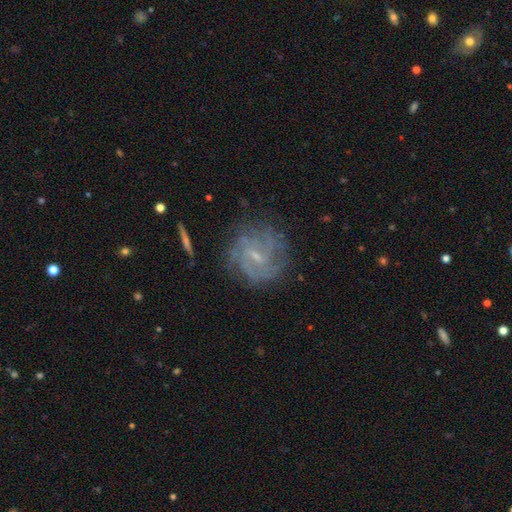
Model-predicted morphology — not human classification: A featured or disk galaxy (79%) with a weak bar (56%), tight (51%) spiral arms (92%) and a small central bulge (69%).

Vote fractions:
- Smooth or featured? featured or disk: 79% / smooth: 12% / star or artifact: 9%
- Edge-on disk? no: 97% / yes: 3%
- Bar? weak: 56% / no: 31% / strong: 13%
- Spiral arms? yes: 92% / no: 8%
- Spiral winding? tight: 51% / medium: 37% / loose: 12%
- Spiral arm count? can't tell: 36% / 2: 19% / 3: 19% / 4: 15% / more than 4: 6% / 1: 5%
- Bulge size? small: 69% / moderate: 19% / none: 10% / large: 1% / dominant: 1%
- Merging? none: 75% / minor disturbance: 15% / major disturbance: 8% / merger: 2%